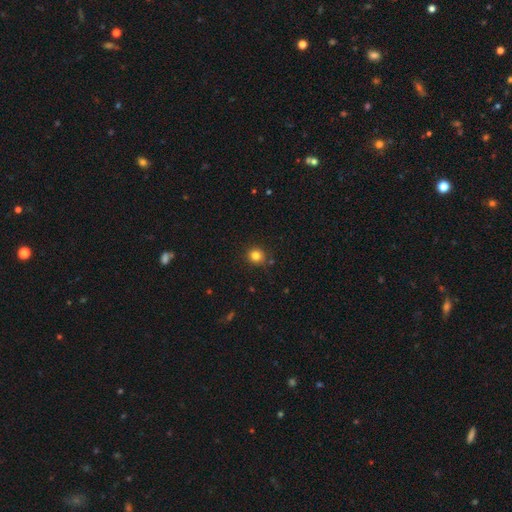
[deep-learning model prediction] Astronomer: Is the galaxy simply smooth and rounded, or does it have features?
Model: smooth — 82%.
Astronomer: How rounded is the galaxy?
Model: round — 87%.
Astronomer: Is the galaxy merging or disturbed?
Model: none — 86%.